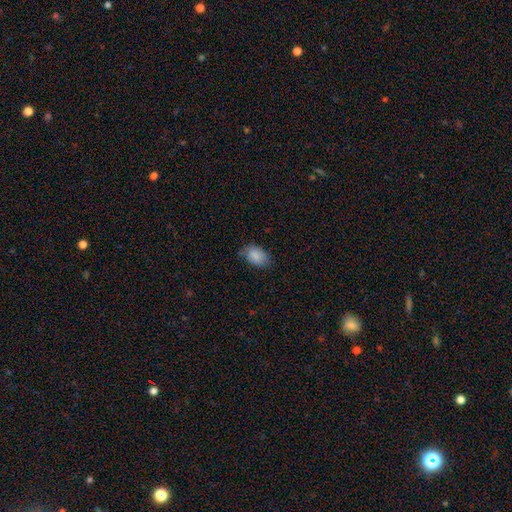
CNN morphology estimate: type=smooth (86%); roundness=in between (85%); merging=none (68%).